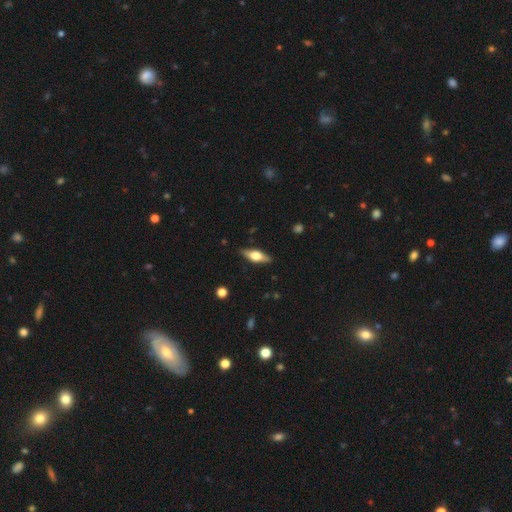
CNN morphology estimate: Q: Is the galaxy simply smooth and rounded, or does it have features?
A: featured or disk — 51%.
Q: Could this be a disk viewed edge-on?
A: yes — 91%.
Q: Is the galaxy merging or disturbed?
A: none — 86%.